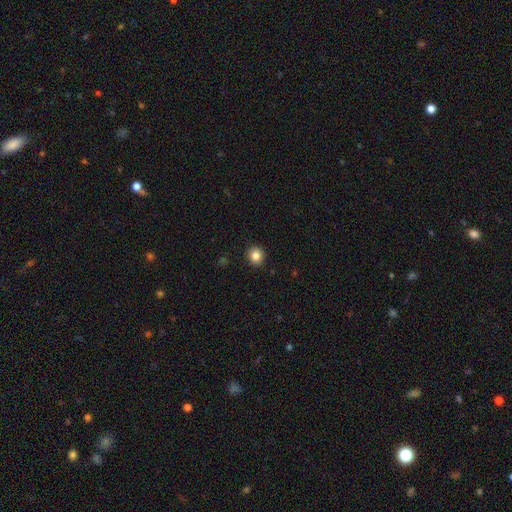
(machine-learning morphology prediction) A smooth galaxy with no disk features (85%) that is round (87%).

Vote fractions:
- Smooth or featured? smooth: 85% / star or artifact: 10% / featured or disk: 5%
- How rounded? round: 87% / in between: 12% / cigar-shaped: 1%
- Merging? none: 92% / minor disturbance: 5% / major disturbance: 2% / merger: 1%